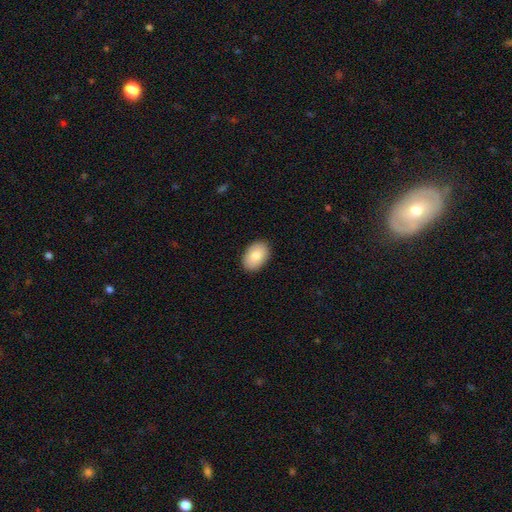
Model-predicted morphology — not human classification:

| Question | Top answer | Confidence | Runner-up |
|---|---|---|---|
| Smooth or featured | smooth | 84% | featured or disk (10%) |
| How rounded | in between | 89% | round (10%) |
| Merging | none | 90% | minor disturbance (8%) |